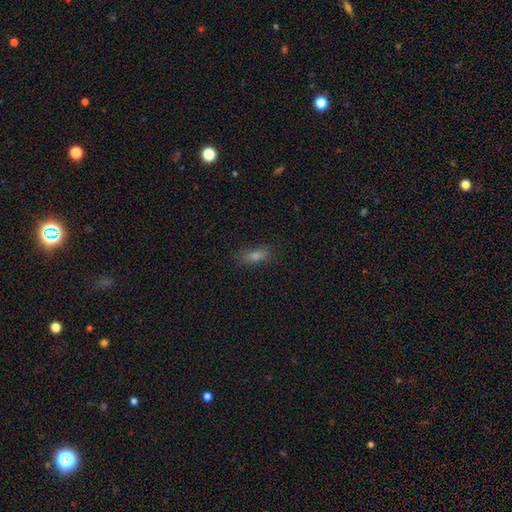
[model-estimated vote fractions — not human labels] A smooth galaxy with no disk features (71%) that is in between round and cigar-shaped (67%).

Vote fractions:
- Smooth or featured? smooth: 71% / star or artifact: 18% / featured or disk: 11%
- How rounded? in between: 67% / cigar-shaped: 27% / round: 6%
- Merging? none: 84% / minor disturbance: 11% / major disturbance: 3% / merger: 1%